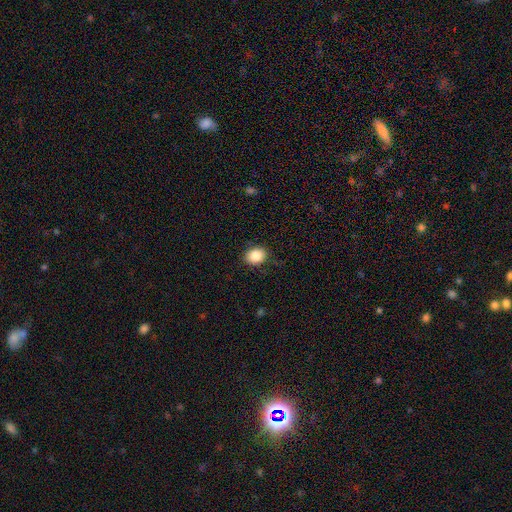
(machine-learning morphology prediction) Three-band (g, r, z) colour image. It shows a smooth galaxy with no disk features (86%) that is round (55%). Merging: none (85%).